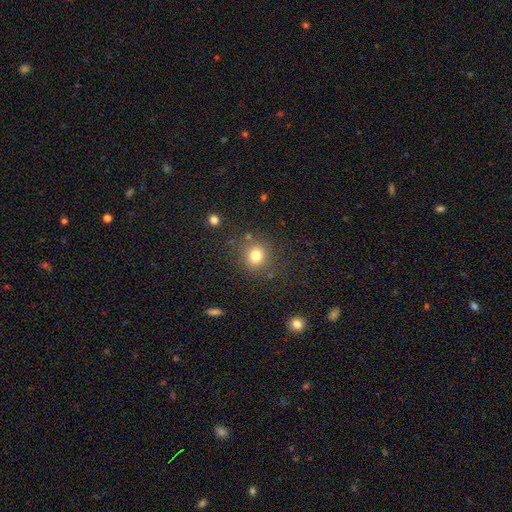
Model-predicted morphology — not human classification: Smooth or featured?
  - smooth: 78% *
  - star or artifact: 14%
  - featured or disk: 7%
How rounded?
  - round: 85% *
  - in between: 14%
  - cigar-shaped: 1%
Merging?
  - none: 83% *
  - minor disturbance: 10%
  - major disturbance: 4%
  - merger: 3%